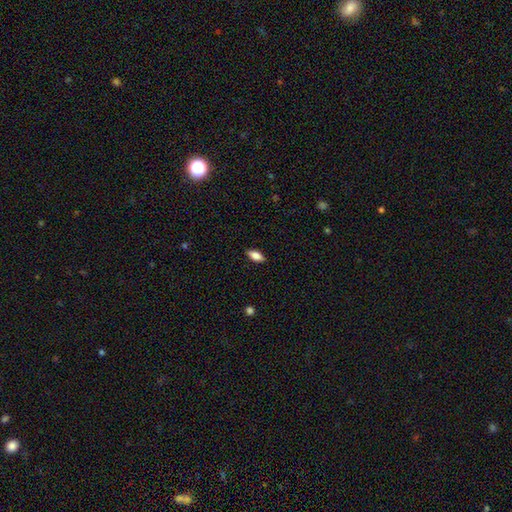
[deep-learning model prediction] Smooth or featured?
  - smooth: 80% *
  - featured or disk: 13%
  - star or artifact: 7%
How rounded?
  - in between: 85% *
  - cigar-shaped: 12%
  - round: 3%
Merging?
  - none: 88% *
  - minor disturbance: 9%
  - major disturbance: 2%
  - merger: 1%